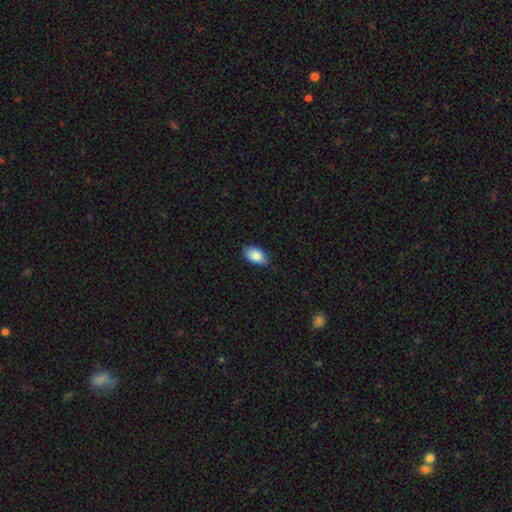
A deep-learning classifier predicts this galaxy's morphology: smooth-or-featured: smooth: 86% | star or artifact: 7% | featured or disk: 7%
  how-rounded: in between: 93% | round: 5% | cigar-shaped: 2%
  merging: none: 76% | minor disturbance: 20% | major disturbance: 3% | merger: 1%